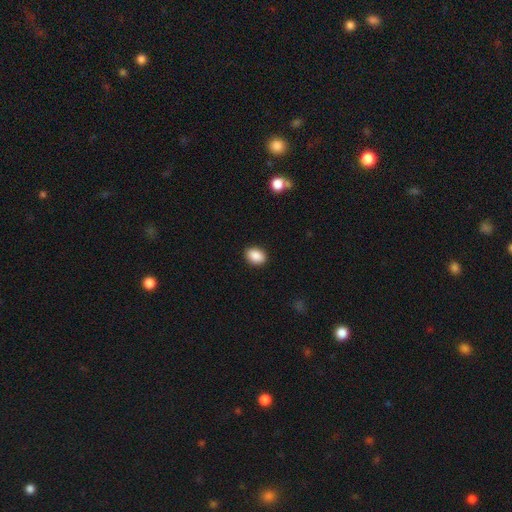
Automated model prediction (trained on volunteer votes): This is clearly a smooth galaxy (89%). How rounded: likely in between (77%). Merging: clearly none (89%).